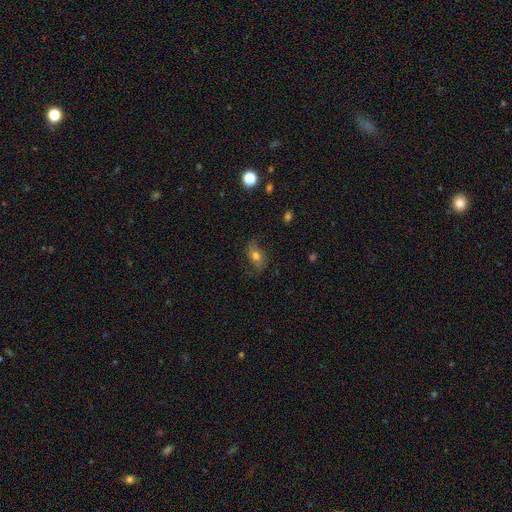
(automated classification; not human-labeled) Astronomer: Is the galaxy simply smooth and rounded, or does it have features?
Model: smooth — 60%.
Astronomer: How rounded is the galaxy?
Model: in between — 83%.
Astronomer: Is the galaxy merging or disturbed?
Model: none — 70%.